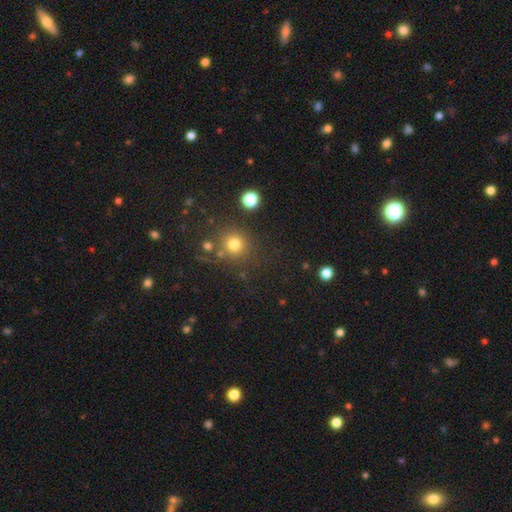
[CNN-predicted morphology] smooth-or-featured: smooth: 55% | star or artifact: 38% | featured or disk: 7%
  how-rounded: round: 90% | in between: 9% | cigar-shaped: 1%
  merging: none: 79% | minor disturbance: 9% | merger: 6% | major disturbance: 5%